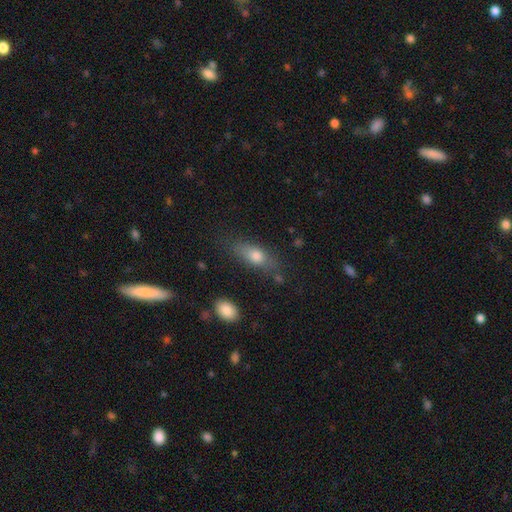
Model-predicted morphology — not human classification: type=smooth (72%); roundness=in between (67%); merging=none (67%).